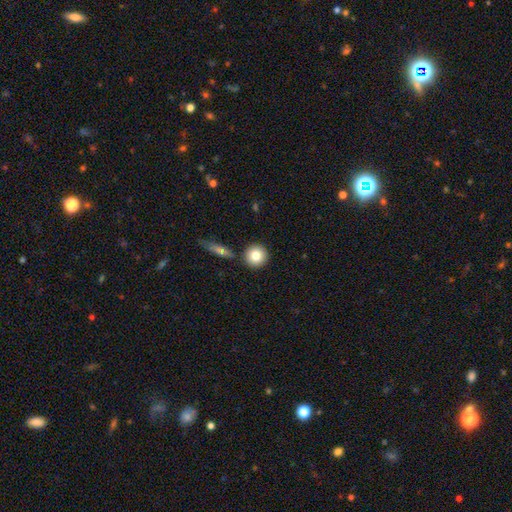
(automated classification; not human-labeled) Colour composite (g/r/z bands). It shows a smooth galaxy with no disk features (81%) that is round (93%). Merging: none (85%).